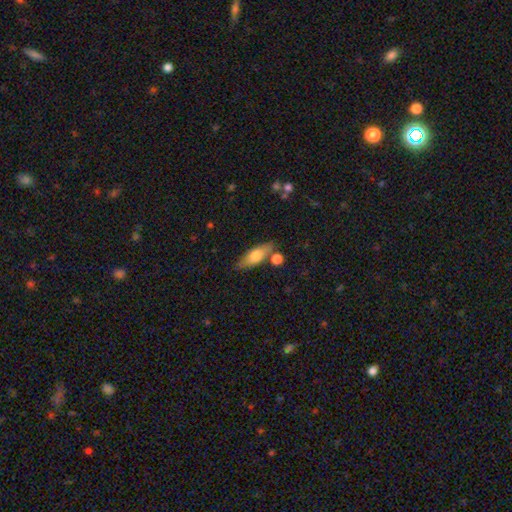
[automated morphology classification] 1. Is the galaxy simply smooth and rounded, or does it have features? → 66% smooth, 27% featured or disk, 7% star or artifact.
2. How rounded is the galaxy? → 64% in between, 32% cigar-shaped, 4% round.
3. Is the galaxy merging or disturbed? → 72% none, 15% minor disturbance, 10% merger, 4% major disturbance.